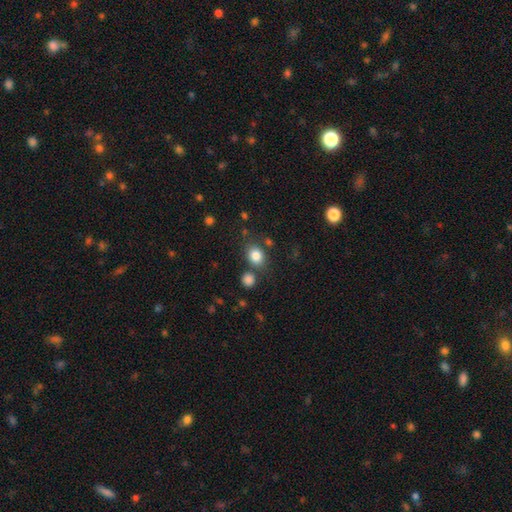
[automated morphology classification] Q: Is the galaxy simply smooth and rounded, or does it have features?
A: smooth — 83%.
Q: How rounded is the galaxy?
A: round — 54%.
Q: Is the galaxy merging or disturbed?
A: none — 74%.